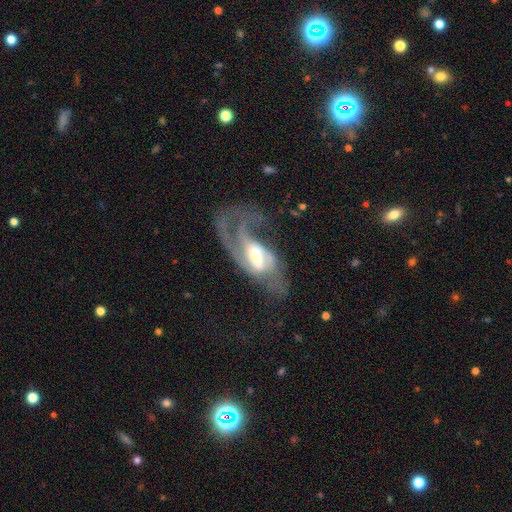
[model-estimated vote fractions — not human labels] Morphology: type=featured or disk (82%); edge-on=no (94%); bar=weak (44%); spiral arms=yes (90%); winding=medium (44%); arm count=2 (47%); bulge=moderate (47%); merging=major disturbance (47%).